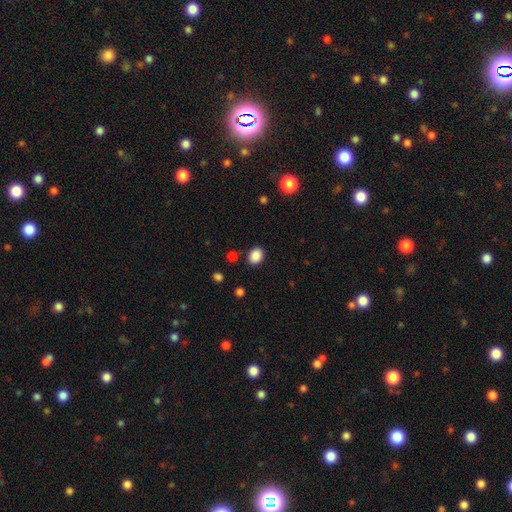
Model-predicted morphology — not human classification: The model was most divided on "how rounded": in between: 51%, round: 48%, cigar-shaped: 1%. More confident: smooth or featured — smooth (87%); merging — none (85%).